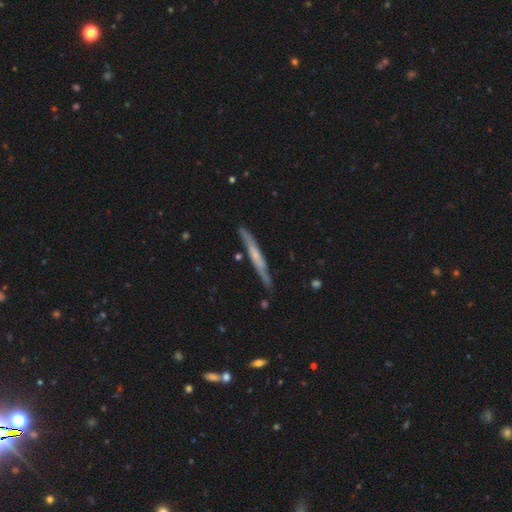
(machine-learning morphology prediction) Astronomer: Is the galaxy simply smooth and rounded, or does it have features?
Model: featured or disk — 58% (runner-up: smooth, 37%).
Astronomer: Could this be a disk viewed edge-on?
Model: yes — 93%.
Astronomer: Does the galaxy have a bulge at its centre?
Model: none — 63%.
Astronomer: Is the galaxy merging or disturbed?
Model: none — 81%.